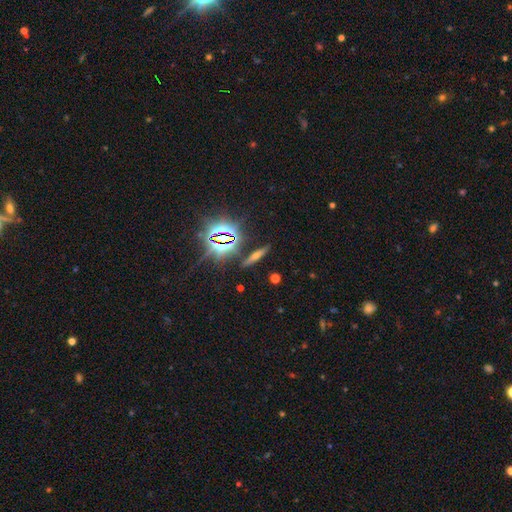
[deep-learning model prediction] Smooth or featured: featured or disk — 36% (star or artifact — 33%)
Merging: none — 87% (minor disturbance — 8%)